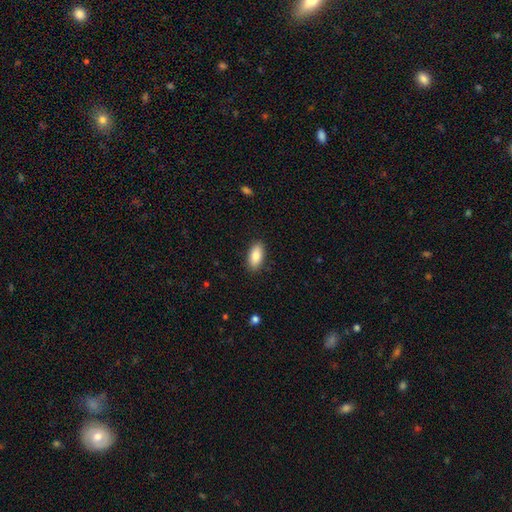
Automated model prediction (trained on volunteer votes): This is clearly a smooth galaxy (86%). How rounded: clearly in between (89%). Merging: clearly none (89%).